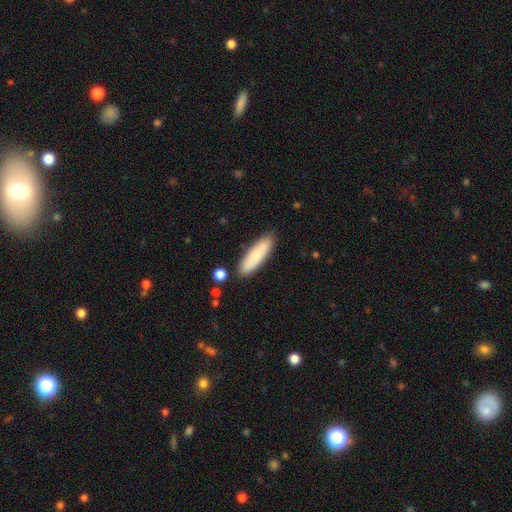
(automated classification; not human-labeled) Smooth or featured?
  - smooth: 79% *
  - featured or disk: 15%
  - star or artifact: 6%
How rounded?
  - cigar-shaped: 60% *
  - in between: 38%
  - round: 2%
Merging?
  - none: 86% *
  - minor disturbance: 10%
  - merger: 3%
  - major disturbance: 2%